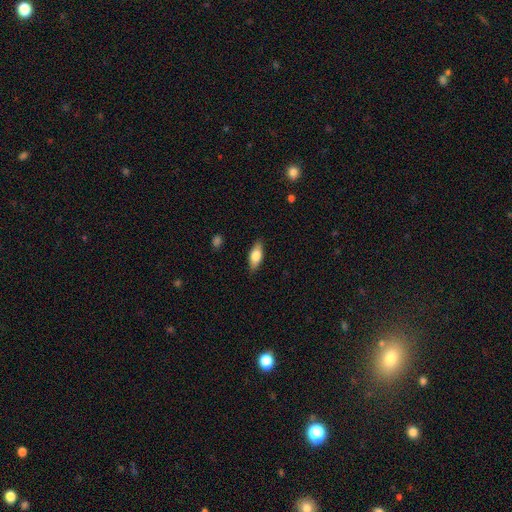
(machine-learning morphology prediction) A smooth galaxy with no disk features (72%) that is in between round and cigar-shaped (77%). Merging: none (87%).